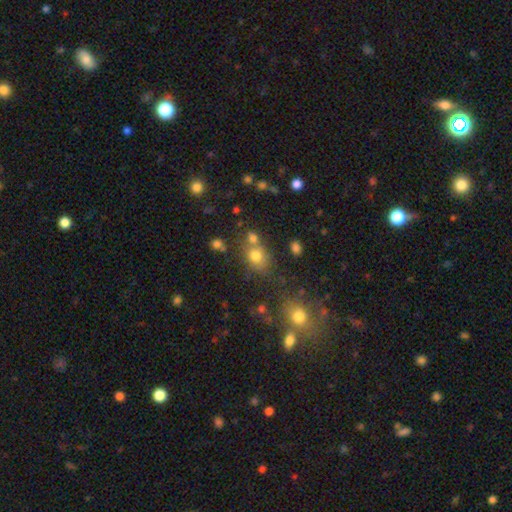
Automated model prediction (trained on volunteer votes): Smooth or featured? Predicted: smooth (p=0.73). How rounded? Predicted: round (p=0.57). Merging? Predicted: none (p=0.55).